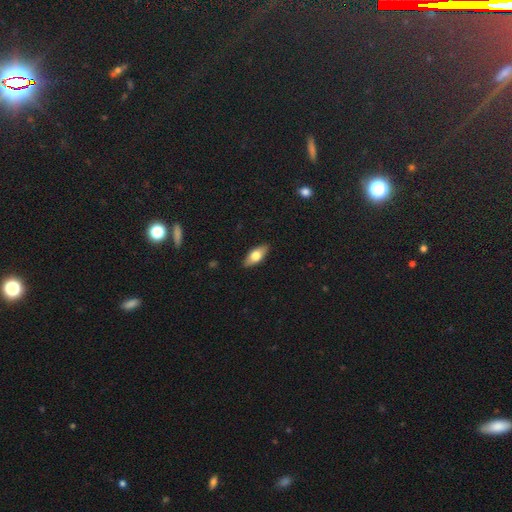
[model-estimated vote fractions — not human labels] smooth_or_featured: smooth (p=0.66) [alt: featured or disk p=0.28]
how_rounded: in between (p=0.80) [alt: cigar-shaped p=0.17]
merging: none (p=0.89) [alt: minor disturbance p=0.09]